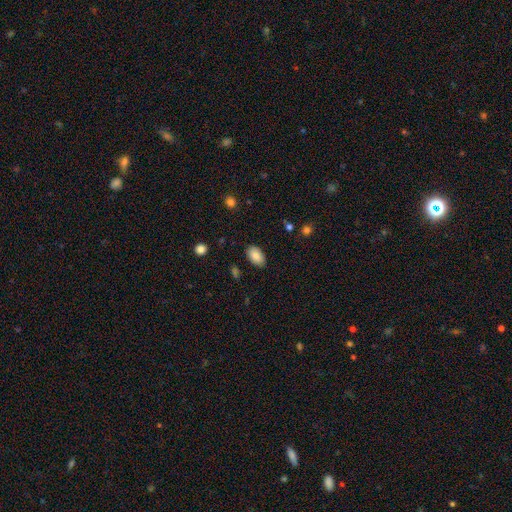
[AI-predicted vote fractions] Smooth or featured? smooth (85%)
How rounded? in between (93%)
Merging? none (86%)